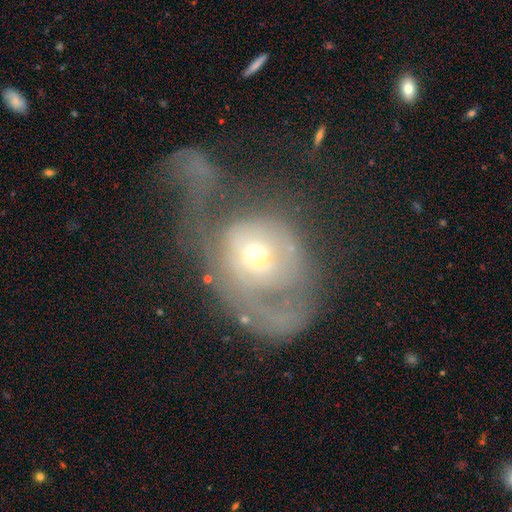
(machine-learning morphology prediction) smooth_or_featured: featured or disk (p=0.58) [alt: smooth p=0.33]
disk_edge_on: no (p=0.95) [alt: yes p=0.05]
bar: no (p=0.77) [alt: weak p=0.18]
has_spiral_arms: yes (p=0.51) [alt: no p=0.49]
bulge_size: moderate (p=0.52) [alt: small p=0.38]
merging: major disturbance (p=0.63) [alt: none p=0.17]